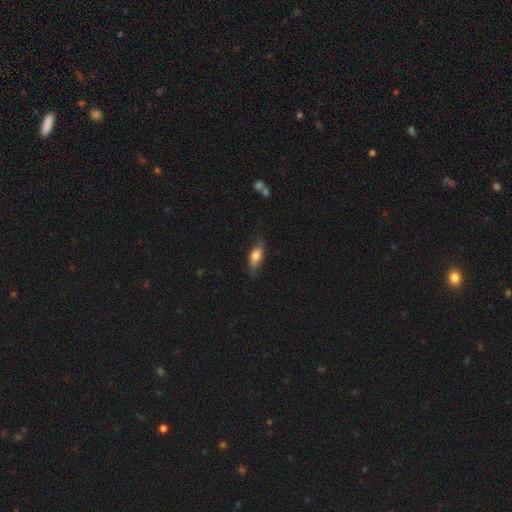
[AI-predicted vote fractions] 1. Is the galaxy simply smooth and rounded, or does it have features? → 72% smooth, 22% featured or disk, 7% star or artifact.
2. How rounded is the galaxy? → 74% in between, 23% cigar-shaped, 3% round.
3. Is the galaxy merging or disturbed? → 70% none, 23% minor disturbance, 5% major disturbance, 2% merger.